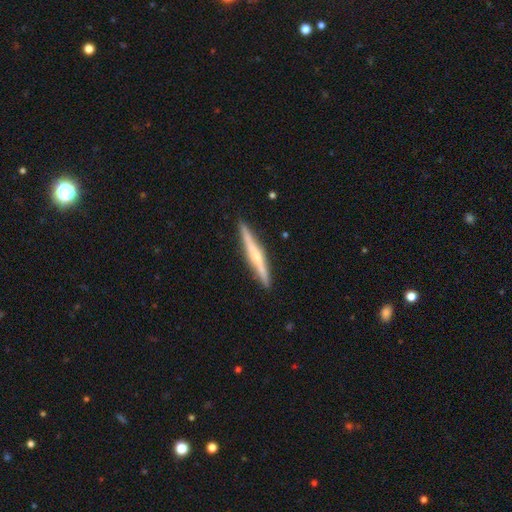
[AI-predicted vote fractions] Q: Smooth or featured?
A: featured or disk (63%); runner-up: smooth (32%)
Q: Edge-on disk?
A: yes (97%); runner-up: no (3%)
Q: Edge-on bulge?
A: rounded (59%); runner-up: none (31%)
Q: Merging?
A: none (91%); runner-up: minor disturbance (7%)